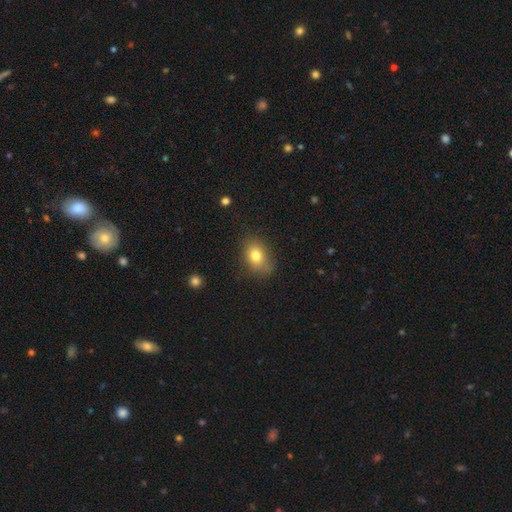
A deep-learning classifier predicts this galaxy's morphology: Overall: smooth (78%). How rounded: in between (73%). Merging: none (72%).